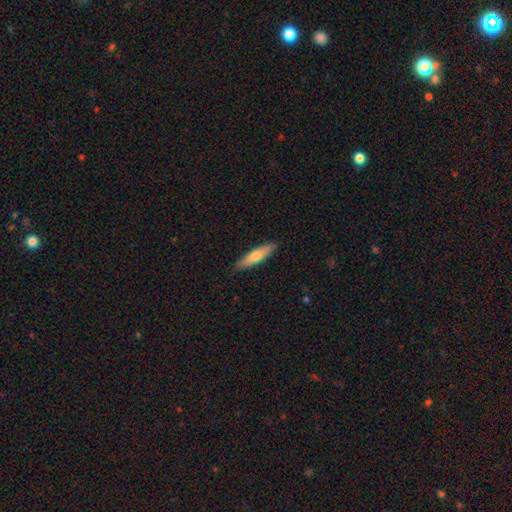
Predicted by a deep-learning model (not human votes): This is likely a smooth galaxy (63%). How rounded: likely cigar-shaped (79%). Merging: clearly none (90%).